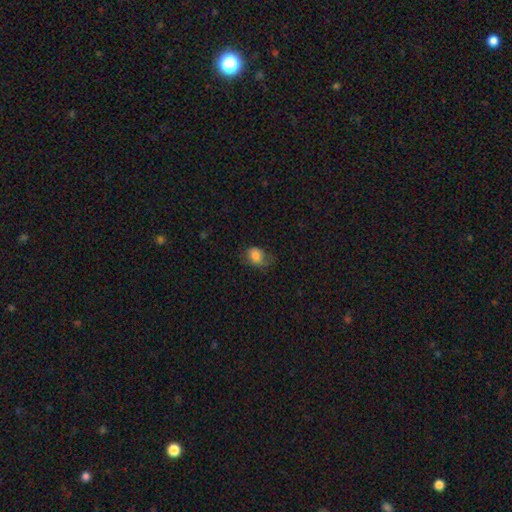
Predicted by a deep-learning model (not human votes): Q: Smooth or featured?
A: smooth (80%); runner-up: featured or disk (11%)
Q: How rounded?
A: in between (60%); runner-up: round (39%)
Q: Merging?
A: none (53%); runner-up: minor disturbance (31%)